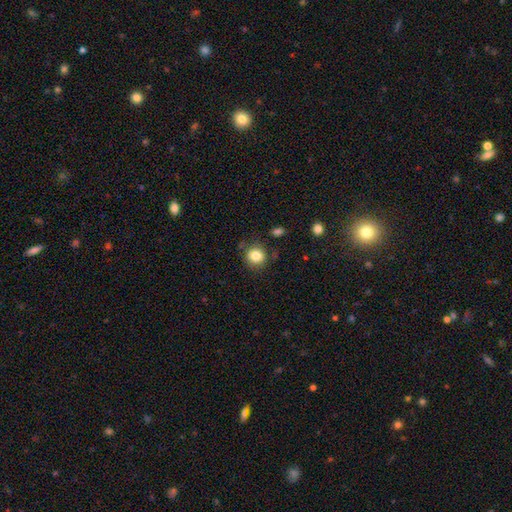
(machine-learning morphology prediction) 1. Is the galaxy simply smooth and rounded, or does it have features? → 83% smooth, 10% star or artifact, 7% featured or disk.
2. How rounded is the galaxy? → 84% round, 15% in between, 1% cigar-shaped.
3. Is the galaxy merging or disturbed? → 80% none, 12% minor disturbance, 4% major disturbance, 4% merger.